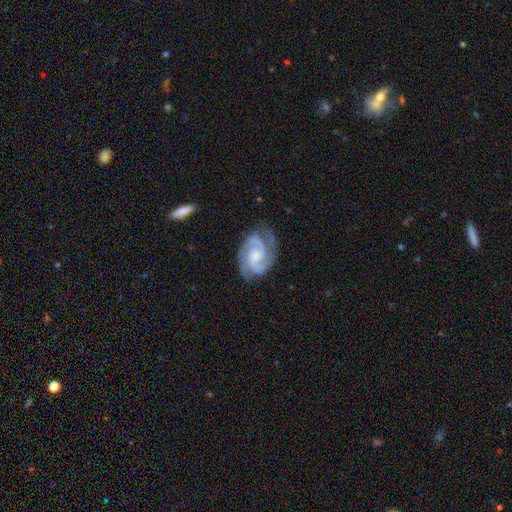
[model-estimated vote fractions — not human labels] Smooth or featured: featured or disk — 86% (smooth — 9%)
Edge-on disk: no — 98% (yes — 2%)
Bar: no — 51% (weak — 41%)
Spiral arms: yes — 97% (no — 3%)
Spiral winding: medium — 51% (tight — 37%)
Spiral arm count: 2 — 63% (3 — 20%)
Bulge size: small — 47% (moderate — 36%)
Merging: none — 69% (minor disturbance — 21%)